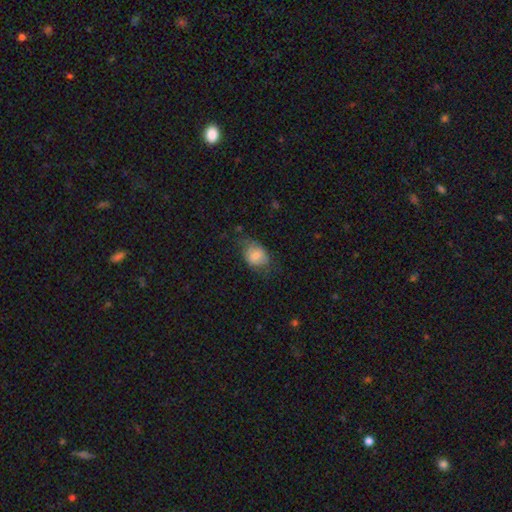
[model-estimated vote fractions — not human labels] Smooth or featured? smooth (74%)
How rounded? in between (60%)
Merging? none (51%)